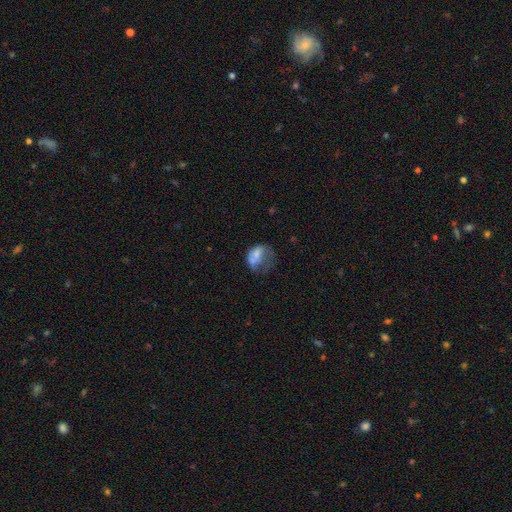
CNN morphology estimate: A smooth galaxy with no disk features (58%) that is in between round and cigar-shaped (68%).

Vote fractions:
- Smooth or featured? smooth: 58% / featured or disk: 32% / star or artifact: 10%
- How rounded? in between: 68% / round: 31% / cigar-shaped: 1%
- Merging? major disturbance: 47% / minor disturbance: 21% / none: 20% / merger: 11%